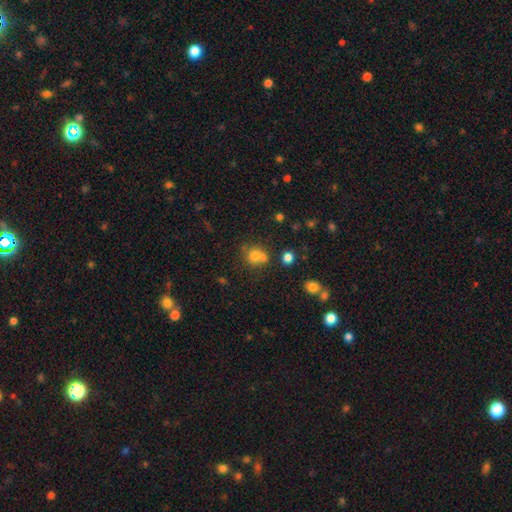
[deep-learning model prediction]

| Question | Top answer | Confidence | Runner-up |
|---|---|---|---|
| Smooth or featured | smooth | 74% | star or artifact (15%) |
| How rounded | round | 82% | in between (17%) |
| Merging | none | 47% | merger (39%) |